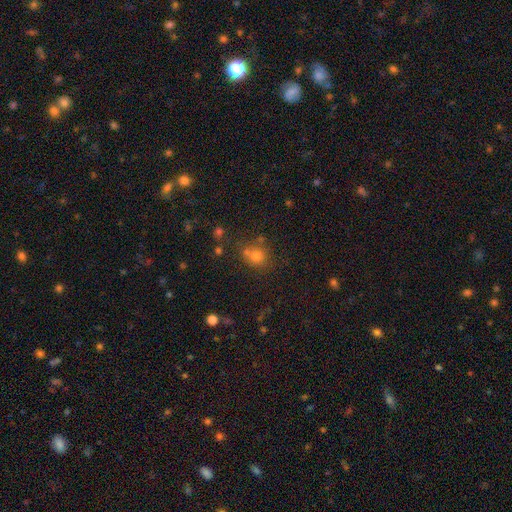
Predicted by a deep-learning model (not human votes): This is likely a smooth galaxy (68%). How rounded: clearly round (81%). Merging: likely none (61%).